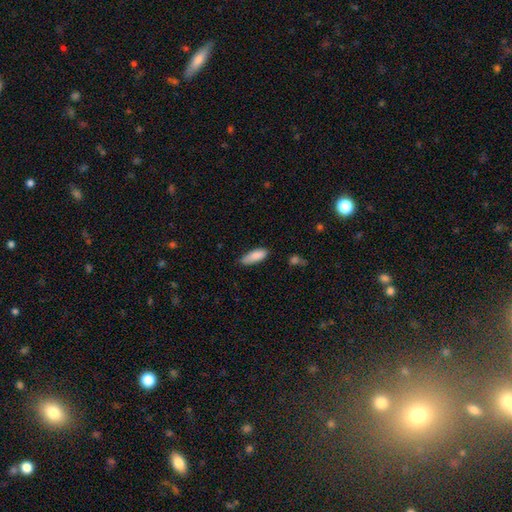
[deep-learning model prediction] Morphology: type=smooth (88%); roundness=in between (70%); merging=none (68%).